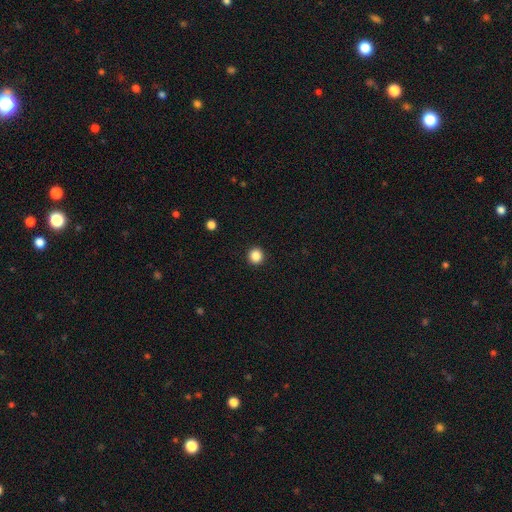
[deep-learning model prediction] Smooth or featured? smooth (87%)
How rounded? round (92%)
Merging? none (93%)